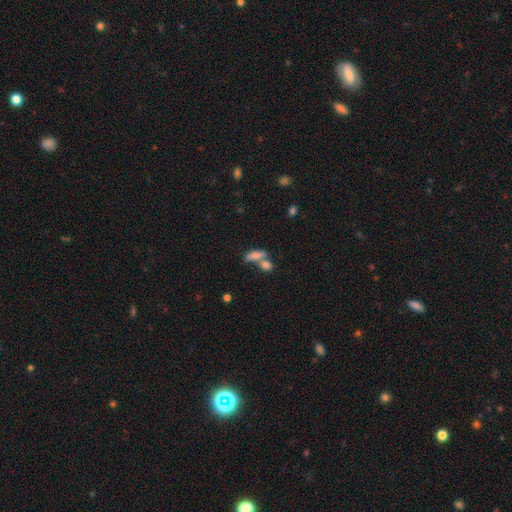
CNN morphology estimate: Q: Smooth or featured?
A: smooth (71%); runner-up: featured or disk (20%)
Q: How rounded?
A: in between (59%); runner-up: cigar-shaped (34%)
Q: Merging?
A: merger (44%); runner-up: none (40%)